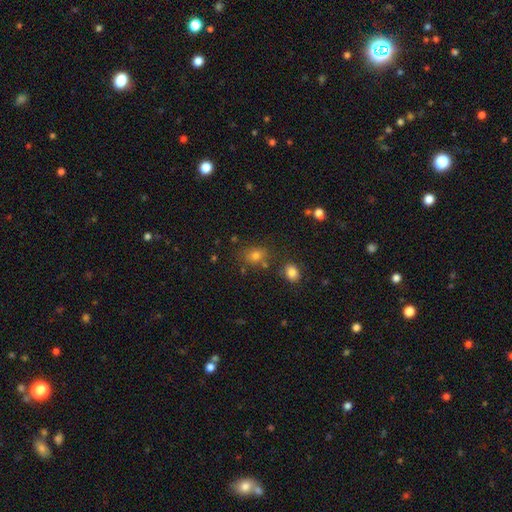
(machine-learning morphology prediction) A smooth galaxy with no disk features (71%) that is round (56%).

Vote fractions:
- Smooth or featured? smooth: 71% / star or artifact: 20% / featured or disk: 9%
- How rounded? round: 56% / in between: 43% / cigar-shaped: 1%
- Merging? none: 72% / minor disturbance: 13% / merger: 10% / major disturbance: 5%